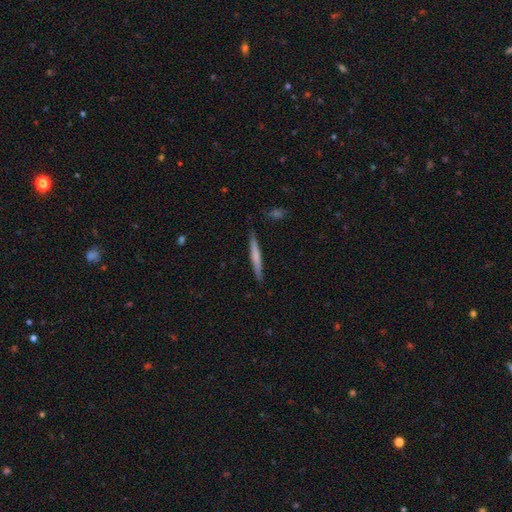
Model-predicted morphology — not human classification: smooth_or_featured: smooth (p=0.57) [alt: featured or disk p=0.37]
how_rounded: cigar-shaped (p=0.96) [alt: in between p=0.03]
merging: none (p=0.88) [alt: minor disturbance p=0.09]